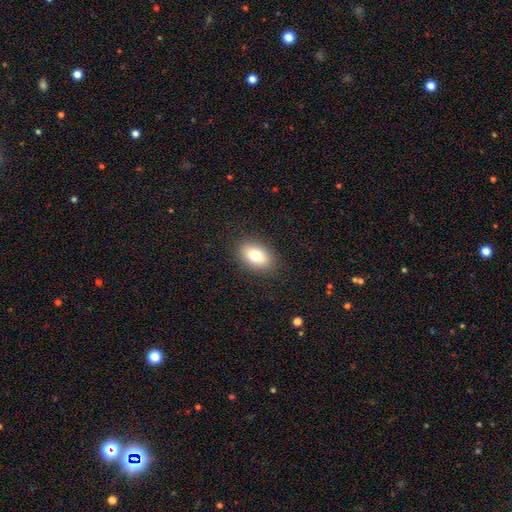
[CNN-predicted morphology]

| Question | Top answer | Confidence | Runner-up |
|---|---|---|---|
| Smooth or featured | smooth | 78% | featured or disk (13%) |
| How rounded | in between | 88% | round (11%) |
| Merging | none | 88% | minor disturbance (9%) |